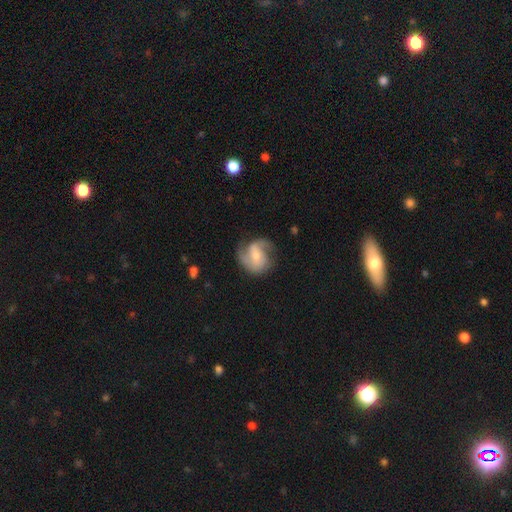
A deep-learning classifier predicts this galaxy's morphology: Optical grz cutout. It shows a featured or disk galaxy (74%) with a weak bar (45%), 2 (69%) medium (49%) spiral arms (93%) and a moderate central bulge (44%). Merging: none (61%).